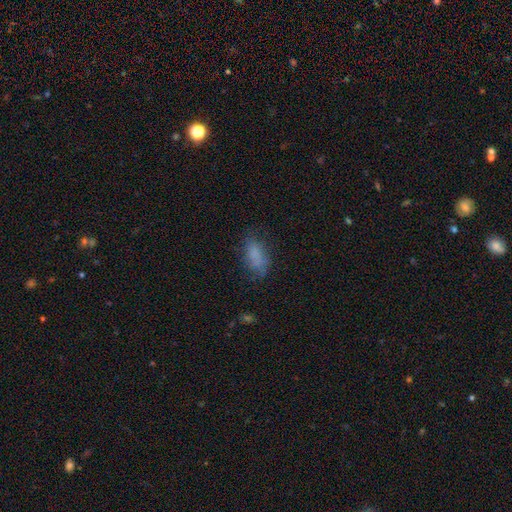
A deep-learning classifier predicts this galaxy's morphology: The model was most divided on "merging": none: 62%, minor disturbance: 24%, major disturbance: 12%, merger: 3%. More confident: how rounded — in between (88%); smooth or featured — smooth (76%).